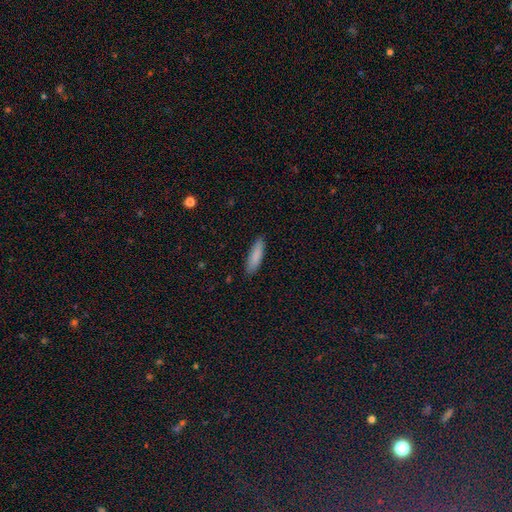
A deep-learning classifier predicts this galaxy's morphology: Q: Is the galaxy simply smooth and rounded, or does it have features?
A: smooth — 86%.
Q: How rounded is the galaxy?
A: cigar-shaped — 65%.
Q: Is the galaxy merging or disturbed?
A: none — 87%.